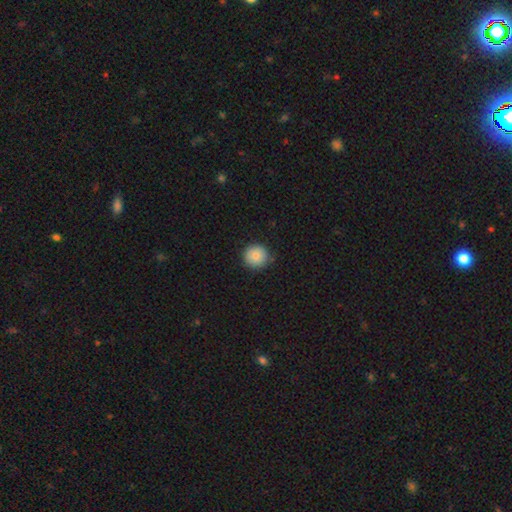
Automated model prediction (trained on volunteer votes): Smooth or featured? Predicted: smooth (p=0.85). How rounded? Predicted: round (p=0.94). Merging? Predicted: none (p=0.85).